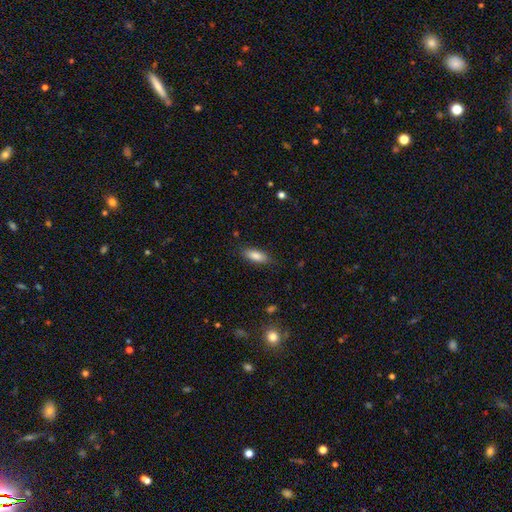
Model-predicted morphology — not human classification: Overall: smooth (84%). How rounded: in between (74%). Merging: none (85%).